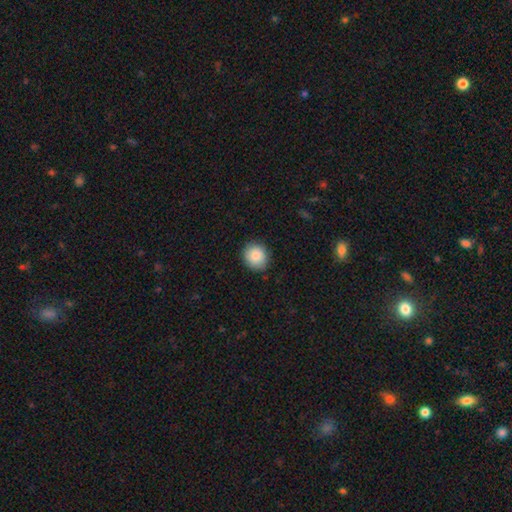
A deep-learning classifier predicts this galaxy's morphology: smooth 87%, star or artifact 8%, featured or disk 5%. Down the decision tree: how rounded — round (85%); merging — none (87%).